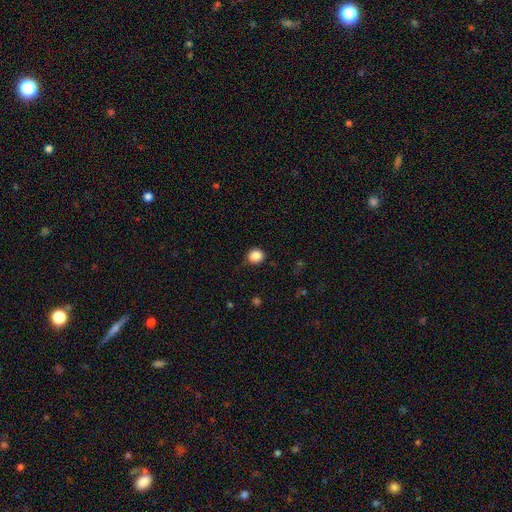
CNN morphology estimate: This is clearly a smooth galaxy (86%). How rounded: clearly round (87%). Merging: clearly none (82%).